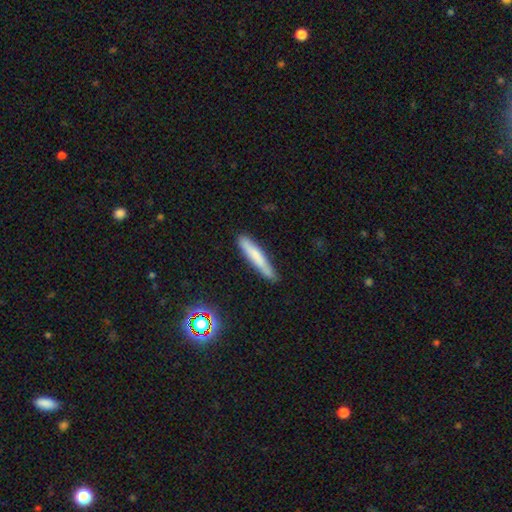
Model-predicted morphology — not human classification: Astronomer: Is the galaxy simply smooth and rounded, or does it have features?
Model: smooth — 69%.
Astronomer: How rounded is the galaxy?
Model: cigar-shaped — 92%.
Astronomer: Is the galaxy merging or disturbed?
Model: none — 81%.